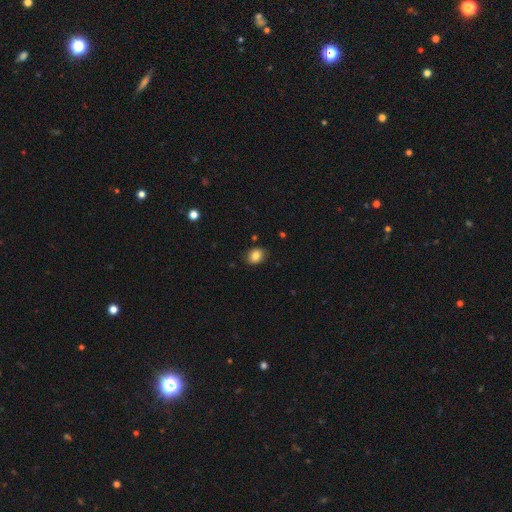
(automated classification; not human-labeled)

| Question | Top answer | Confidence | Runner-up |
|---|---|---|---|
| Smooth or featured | smooth | 83% | star or artifact (10%) |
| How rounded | in between | 57% | round (42%) |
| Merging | none | 84% | minor disturbance (12%) |